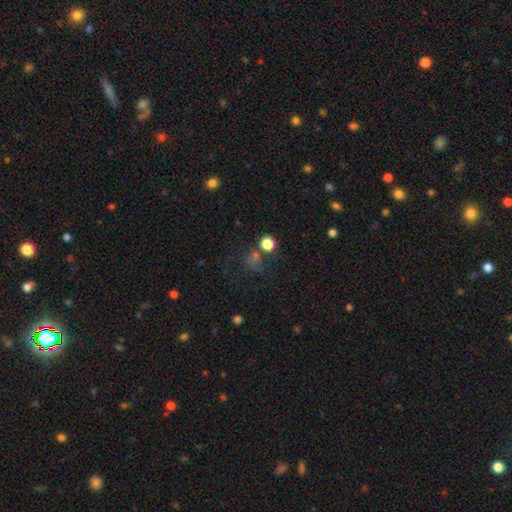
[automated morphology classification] smooth-or-featured: smooth: 46% | star or artifact: 42% | featured or disk: 12%
  merging: none: 59% | minor disturbance: 15% | major disturbance: 15% | merger: 11%